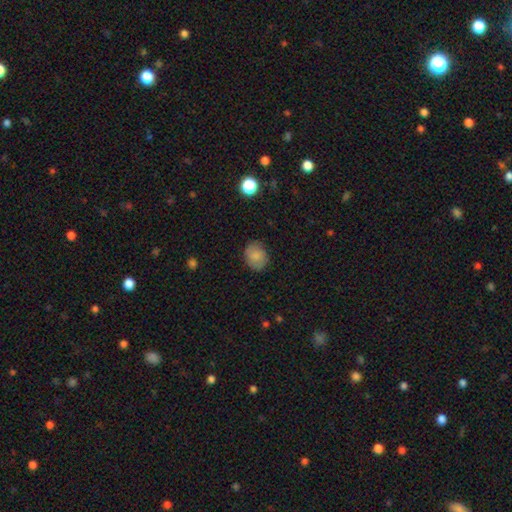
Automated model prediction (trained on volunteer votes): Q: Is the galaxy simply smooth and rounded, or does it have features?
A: smooth — 80%.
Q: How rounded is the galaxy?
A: round — 53%.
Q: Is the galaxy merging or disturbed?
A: none — 82%.